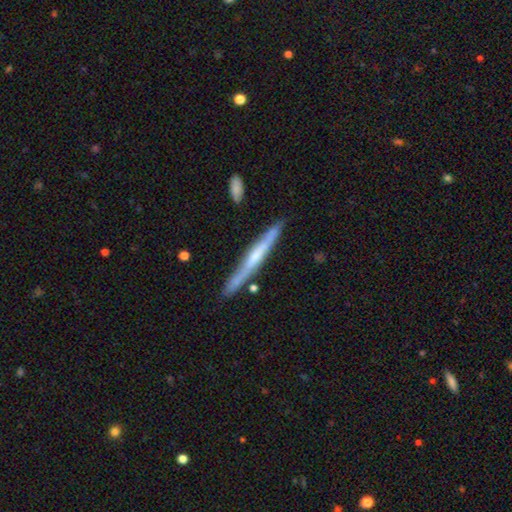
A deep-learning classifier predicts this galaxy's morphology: featured or disk 64%, smooth 30%, star or artifact 6%. Down the decision tree: edge-on disk — yes (96%); edge-on bulge — rounded (48%); merging — none (84%).